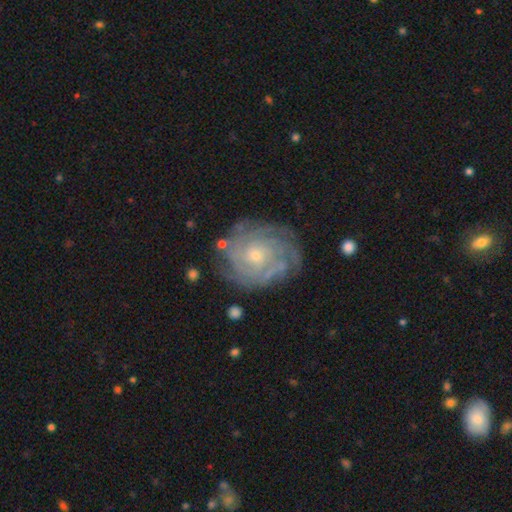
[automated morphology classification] A featured or disk galaxy (84%) with no bar (78%), tight (77%) spiral arms (95%) and a small central bulge (69%). Merging: none (76%).